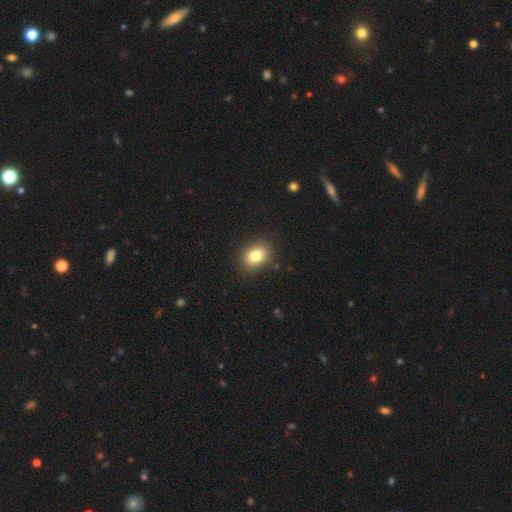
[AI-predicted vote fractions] A smooth galaxy with no disk features (83%) that is in between round and cigar-shaped (57%).

Vote fractions:
- Smooth or featured? smooth: 83% / star or artifact: 10% / featured or disk: 7%
- How rounded? in between: 57% / round: 42% / cigar-shaped: 1%
- Merging? none: 87% / minor disturbance: 10% / major disturbance: 3% / merger: 1%